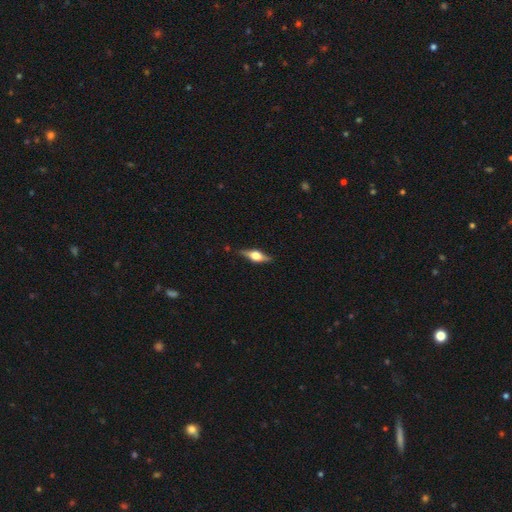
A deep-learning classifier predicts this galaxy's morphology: A featured or disk galaxy (66%) viewed edge-on (95%) with a rounded central bulge (93%).

Vote fractions:
- Smooth or featured? featured or disk: 66% / smooth: 27% / star or artifact: 6%
- Edge-on disk? yes: 95% / no: 5%
- Edge-on bulge? rounded: 93% / boxy: 5% / none: 1%
- Merging? none: 84% / minor disturbance: 12% / major disturbance: 3% / merger: 1%